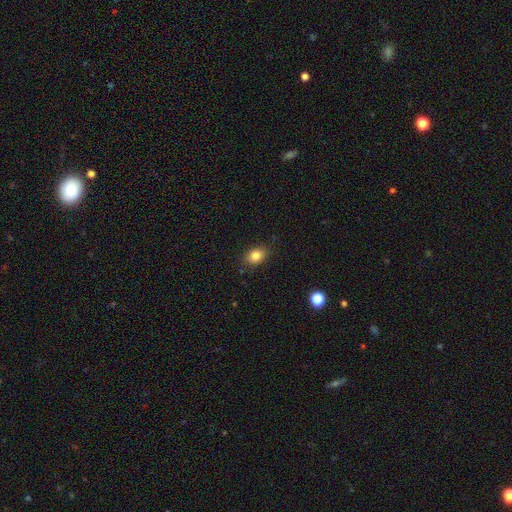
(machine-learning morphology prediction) Smooth or featured?
  - smooth: 83% *
  - star or artifact: 10%
  - featured or disk: 7%
How rounded?
  - in between: 69% *
  - round: 30%
  - cigar-shaped: 1%
Merging?
  - none: 84% *
  - minor disturbance: 12%
  - major disturbance: 3%
  - merger: 1%